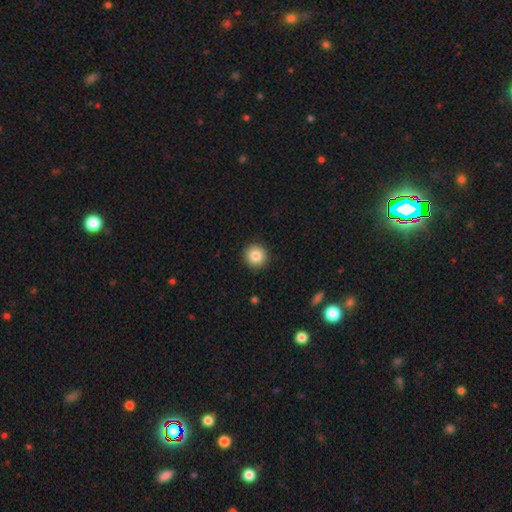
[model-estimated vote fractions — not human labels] A smooth galaxy with no disk features (85%) that is round (94%).

Vote fractions:
- Smooth or featured? smooth: 85% / star or artifact: 9% / featured or disk: 6%
- How rounded? round: 94% / in between: 5% / cigar-shaped: 1%
- Merging? none: 92% / minor disturbance: 5% / major disturbance: 2% / merger: 1%